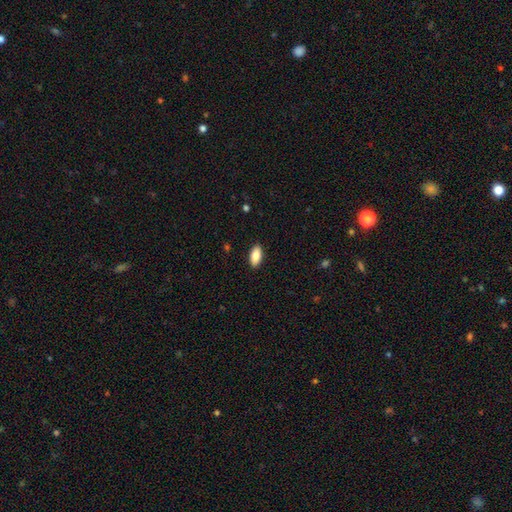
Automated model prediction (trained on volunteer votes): Q: Smooth or featured?
A: smooth (87%); runner-up: star or artifact (6%)
Q: How rounded?
A: in between (92%); runner-up: cigar-shaped (6%)
Q: Merging?
A: none (90%); runner-up: minor disturbance (8%)